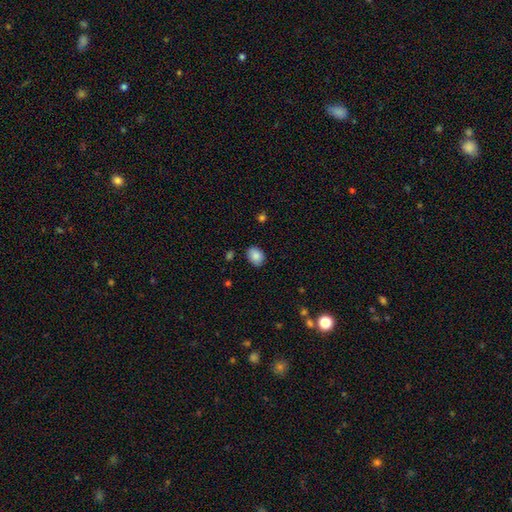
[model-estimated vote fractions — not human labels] smooth-or-featured: smooth: 87% | star or artifact: 8% | featured or disk: 5%
  how-rounded: in between: 64% | round: 35% | cigar-shaped: 1%
  merging: none: 82% | minor disturbance: 14% | major disturbance: 3% | merger: 2%